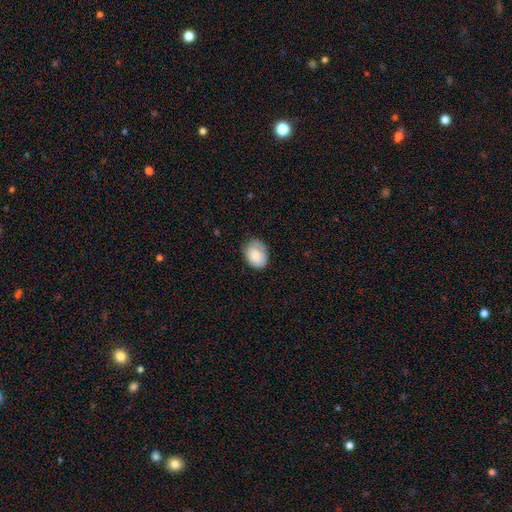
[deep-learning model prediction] Smooth or featured? Predicted: smooth (p=0.82). How rounded? Predicted: in between (p=0.75). Merging? Predicted: none (p=0.65).